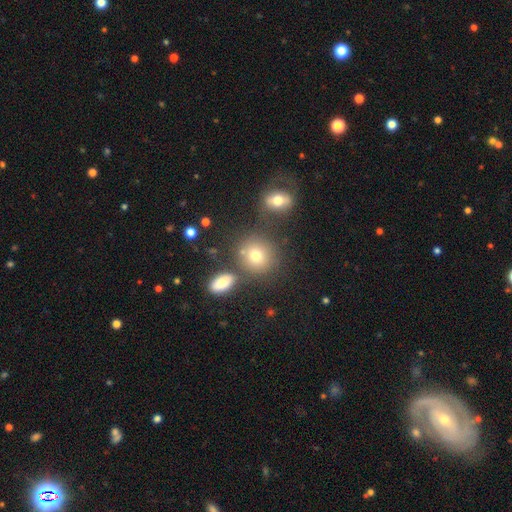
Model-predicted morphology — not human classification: smooth_or_featured: smooth (p=0.74) [alt: star or artifact p=0.14]
how_rounded: round (p=0.83) [alt: in between p=0.16]
merging: none (p=0.70) [alt: merger p=0.15]